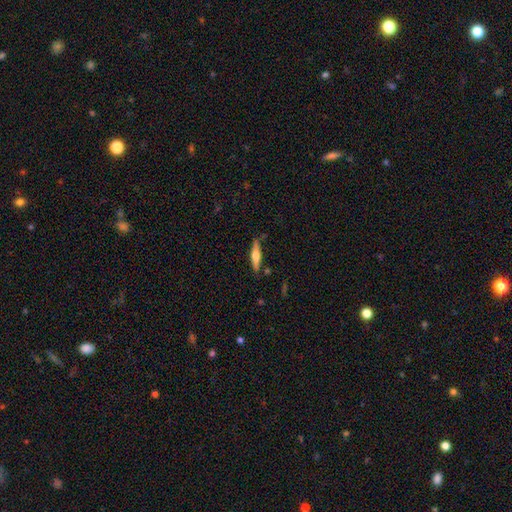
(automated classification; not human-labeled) featured or disk 52%, smooth 42%, star or artifact 6%. Down the decision tree: edge-on disk — yes (95%); merging — none (81%).